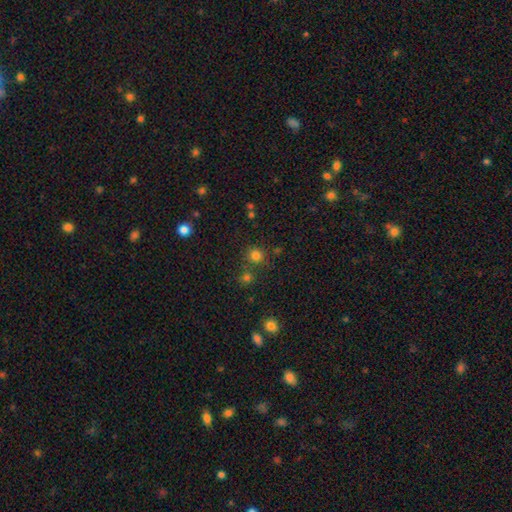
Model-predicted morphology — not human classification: Smooth or featured: smooth — 77% (star or artifact — 17%)
How rounded: round — 89% (in between — 10%)
Merging: none — 75% (merger — 13%)